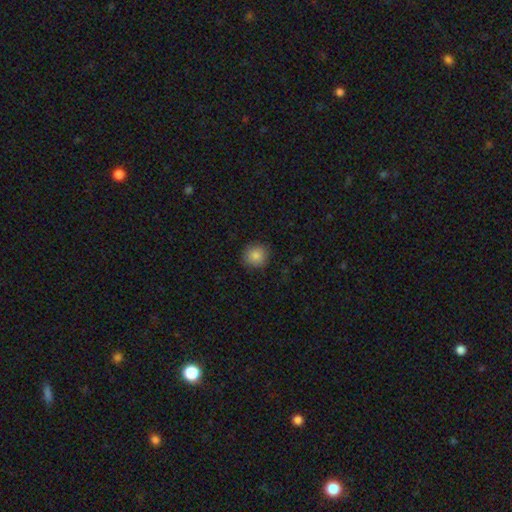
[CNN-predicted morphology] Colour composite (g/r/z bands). It shows a smooth galaxy with no disk features (85%) that is round (90%). Merging: none (89%).